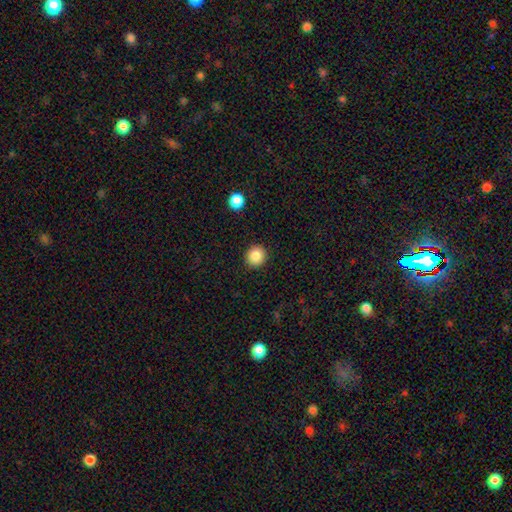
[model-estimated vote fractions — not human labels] Morphology: type=smooth (86%); roundness=round (89%); merging=none (92%).